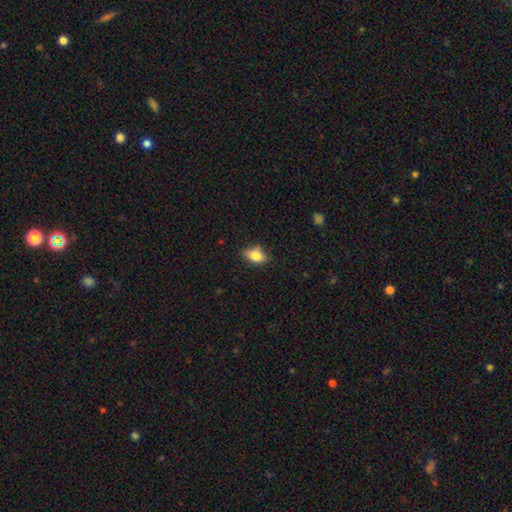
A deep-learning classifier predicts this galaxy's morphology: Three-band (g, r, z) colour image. It shows a smooth galaxy with no disk features (82%) that is in between round and cigar-shaped (83%). Merging: none (73%).